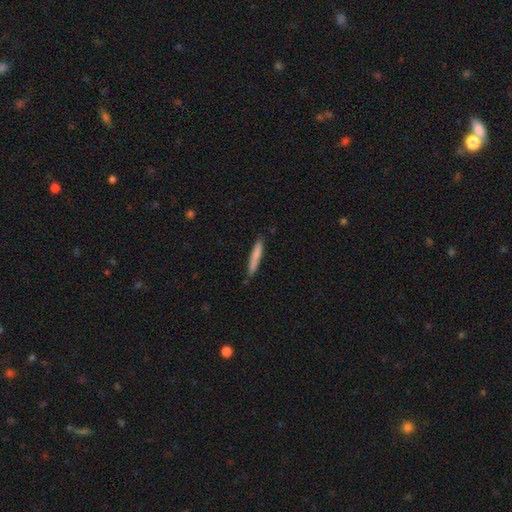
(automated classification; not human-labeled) A smooth galaxy with no disk features (78%) that is cigar-shaped (94%).

Vote fractions:
- Smooth or featured? smooth: 78% / featured or disk: 16% / star or artifact: 6%
- How rounded? cigar-shaped: 94% / in between: 5% / round: 1%
- Merging? none: 85% / minor disturbance: 12% / major disturbance: 2% / merger: 1%